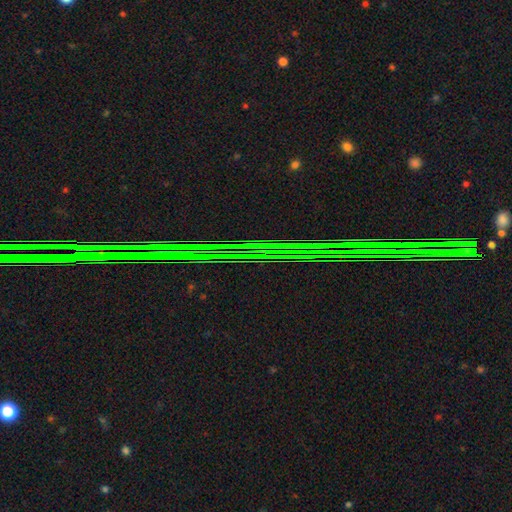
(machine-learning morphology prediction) smooth-or-featured: star or artifact: 85% | featured or disk: 8% | smooth: 6%